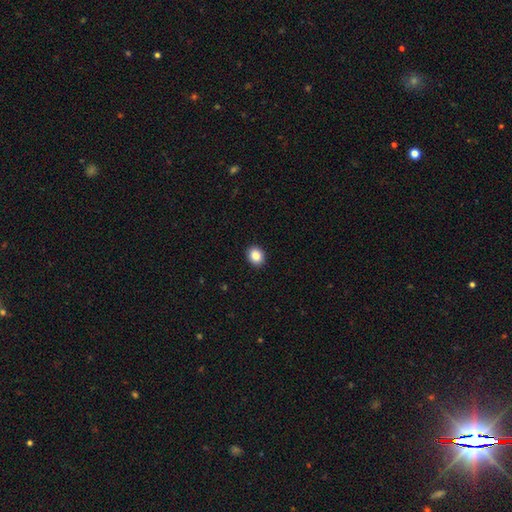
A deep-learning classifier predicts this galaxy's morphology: This appears to be a smooth galaxy with no disk features (87%) that is round (59%). Merging: none (92%).